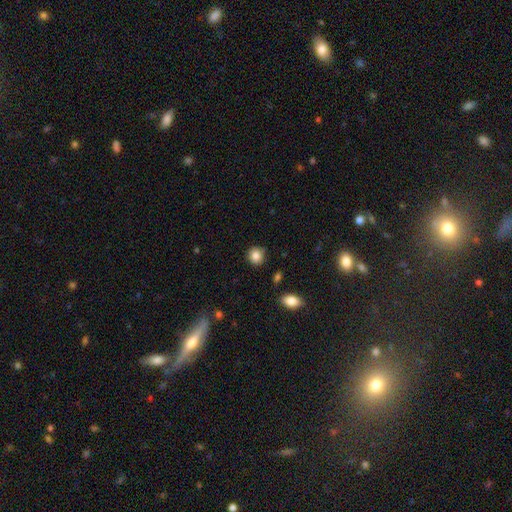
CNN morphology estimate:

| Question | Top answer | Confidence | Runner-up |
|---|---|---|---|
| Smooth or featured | smooth | 85% | star or artifact (9%) |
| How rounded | round | 88% | in between (11%) |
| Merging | none | 87% | minor disturbance (9%) |